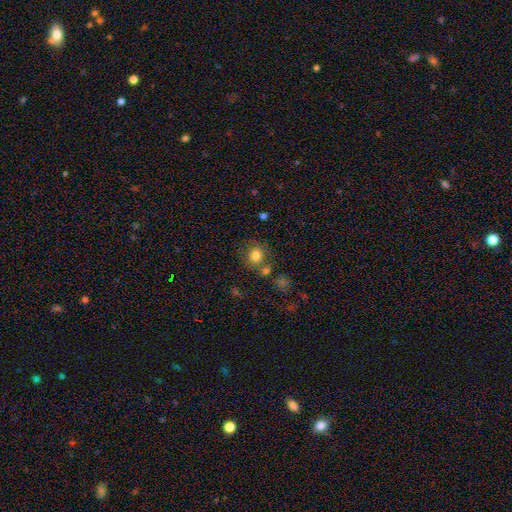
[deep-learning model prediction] Smooth or featured? smooth (79%)
How rounded? round (85%)
Merging? none (68%)